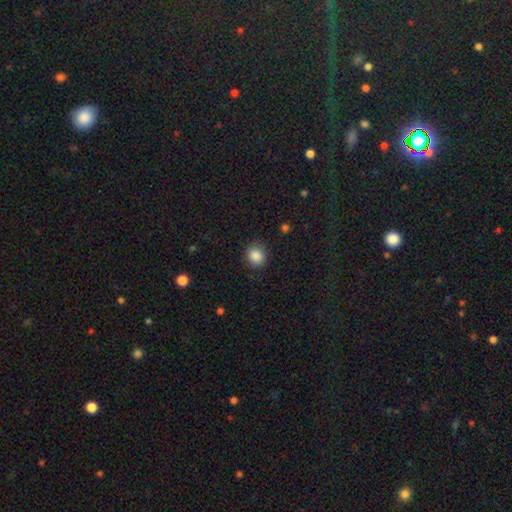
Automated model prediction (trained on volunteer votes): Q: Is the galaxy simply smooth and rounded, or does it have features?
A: smooth — 87%.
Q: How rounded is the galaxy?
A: round — 82%.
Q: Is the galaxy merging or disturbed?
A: none — 84%.